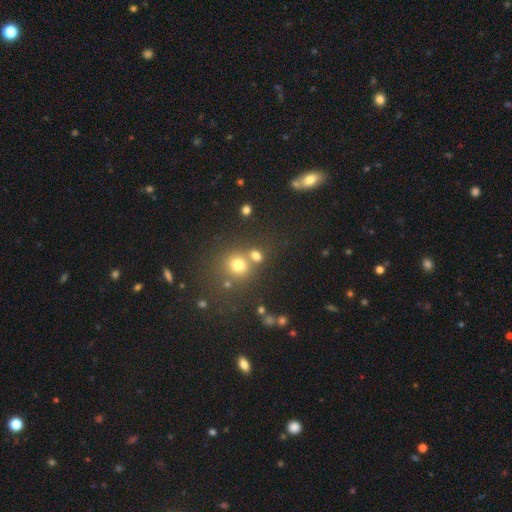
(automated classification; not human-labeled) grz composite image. It shows a smooth galaxy with no disk features (72%) that is round (73%). Merging: none (53%).